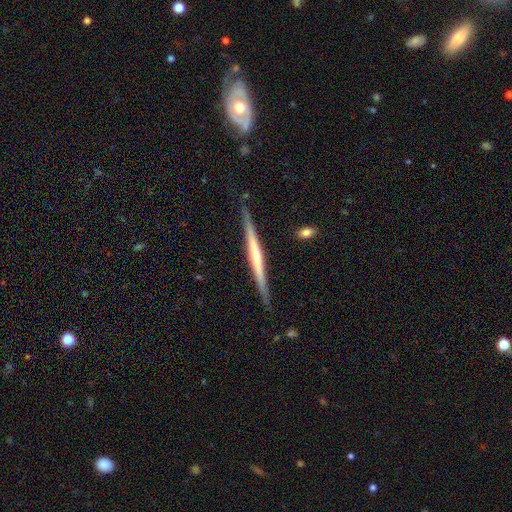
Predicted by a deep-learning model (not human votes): Smooth or featured? Predicted: featured or disk (p=0.70). Edge-on disk? Predicted: yes (p=0.98). Edge-on bulge? Predicted: none (p=0.58). Merging? Predicted: none (p=0.87).